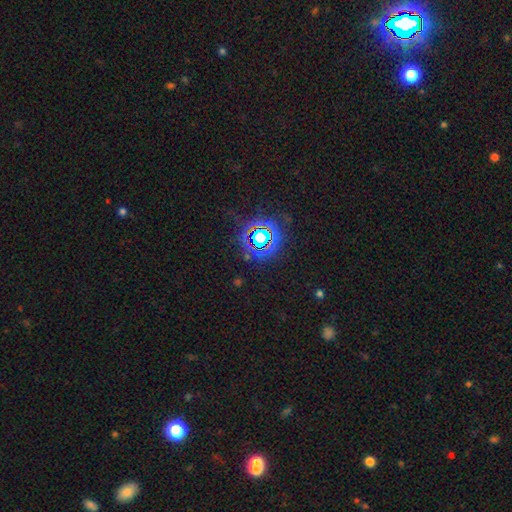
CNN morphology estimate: A star or artifact, not a galaxy (73%).